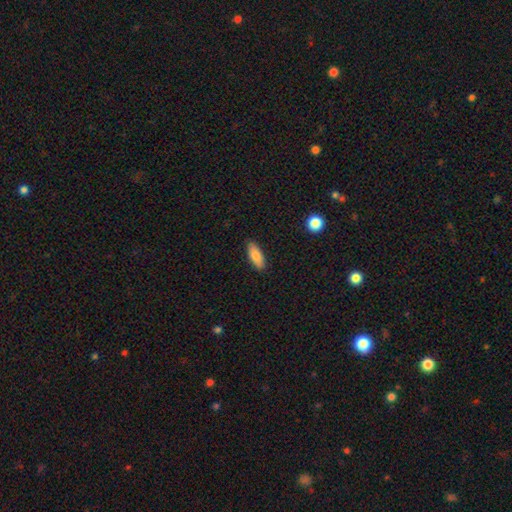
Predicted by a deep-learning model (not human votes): Smooth or featured? smooth (80%)
How rounded? in between (69%)
Merging? none (88%)